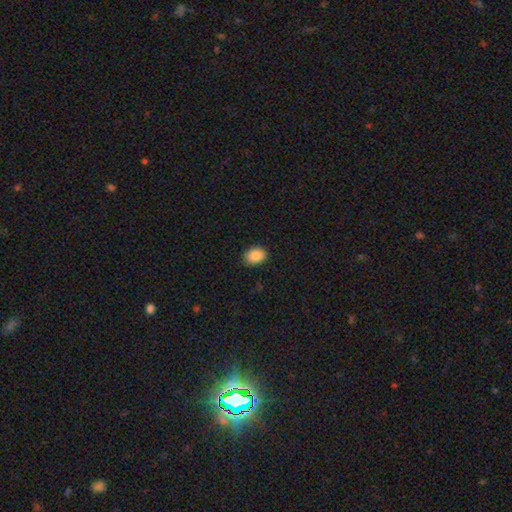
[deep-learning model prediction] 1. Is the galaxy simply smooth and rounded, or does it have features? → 88% smooth, 8% star or artifact, 4% featured or disk.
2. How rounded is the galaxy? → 69% in between, 30% round, 1% cigar-shaped.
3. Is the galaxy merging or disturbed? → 83% none, 14% minor disturbance, 2% major disturbance, 1% merger.